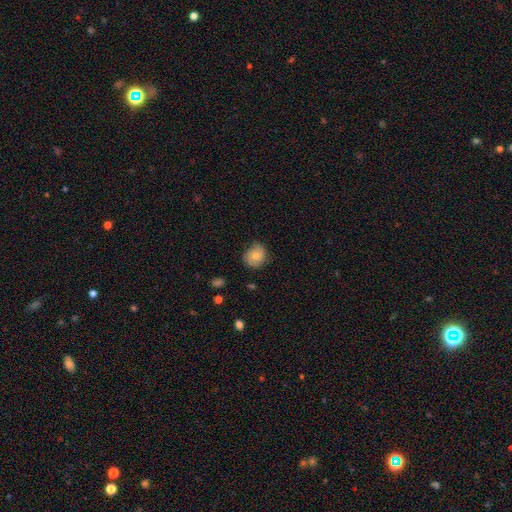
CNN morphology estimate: This appears to be a smooth galaxy with no disk features (65%) that is round (72%). Merging: none (67%).